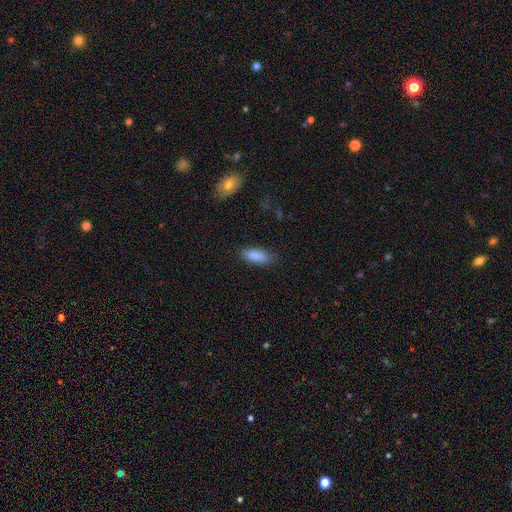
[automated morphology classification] smooth_or_featured: smooth (p=0.87) [alt: star or artifact p=0.07]
how_rounded: in between (p=0.75) [alt: cigar-shaped p=0.23]
merging: none (p=0.84) [alt: minor disturbance p=0.12]